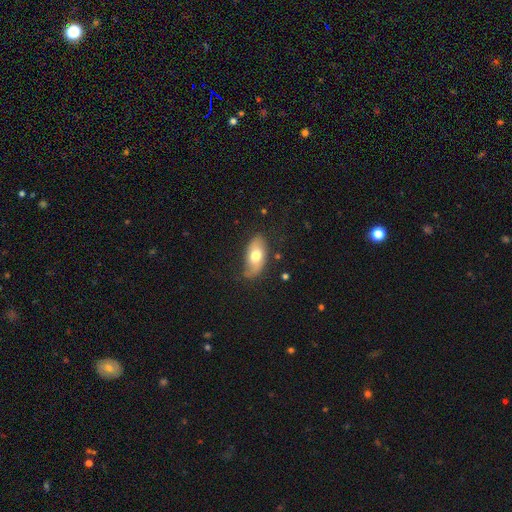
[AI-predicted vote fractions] Smooth or featured? smooth (62%)
How rounded? in between (90%)
Merging? none (67%)